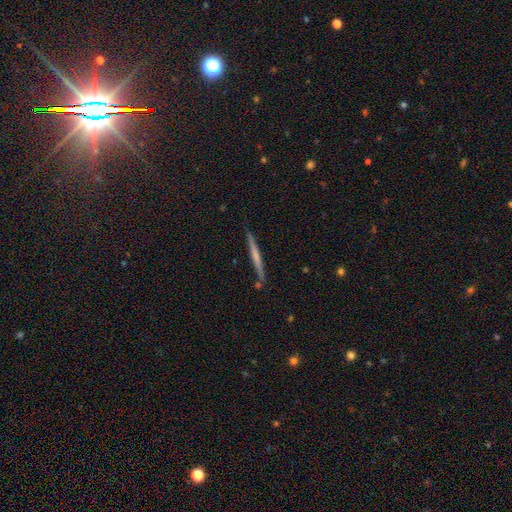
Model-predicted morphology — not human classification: featured or disk 53%, smooth 41%, star or artifact 6%. Down the decision tree: edge-on disk — yes (97%); edge-on bulge — none (67%); merging — none (86%).